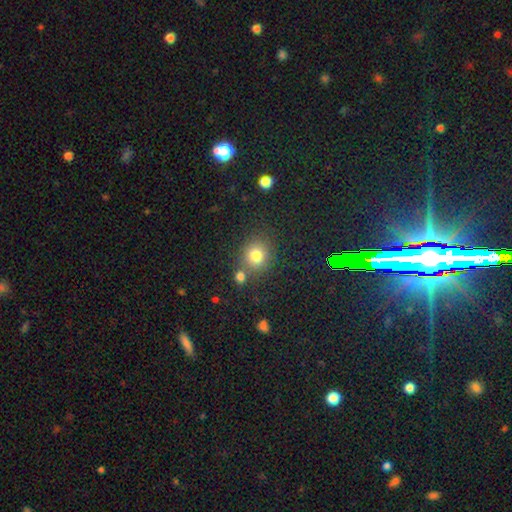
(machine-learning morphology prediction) smooth-or-featured: smooth: 79% | star or artifact: 14% | featured or disk: 7%
  how-rounded: round: 79% | in between: 20% | cigar-shaped: 1%
  merging: none: 67% | merger: 17% | minor disturbance: 11% | major disturbance: 4%